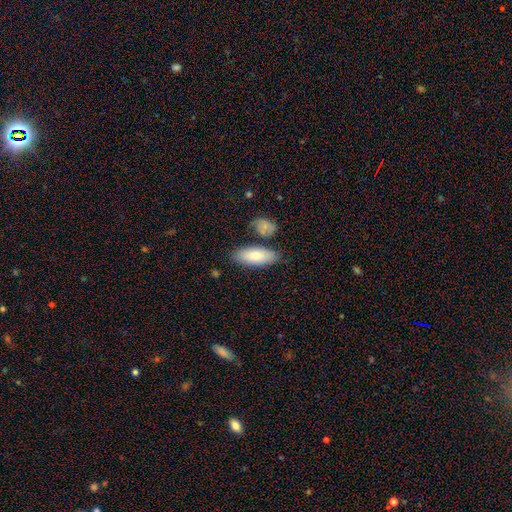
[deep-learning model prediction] Smooth or featured: smooth — 78% (featured or disk — 16%)
How rounded: in between — 77% (cigar-shaped — 21%)
Merging: none — 76% (minor disturbance — 14%)